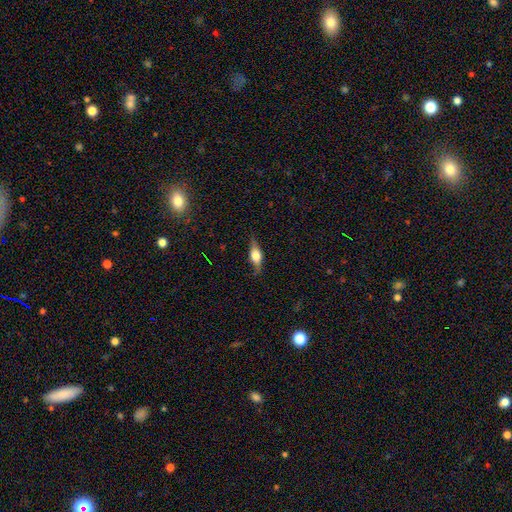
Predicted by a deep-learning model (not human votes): Smooth or featured? Predicted: featured or disk (p=0.53). Edge-on disk? Predicted: yes (p=0.93). Merging? Predicted: none (p=0.79).